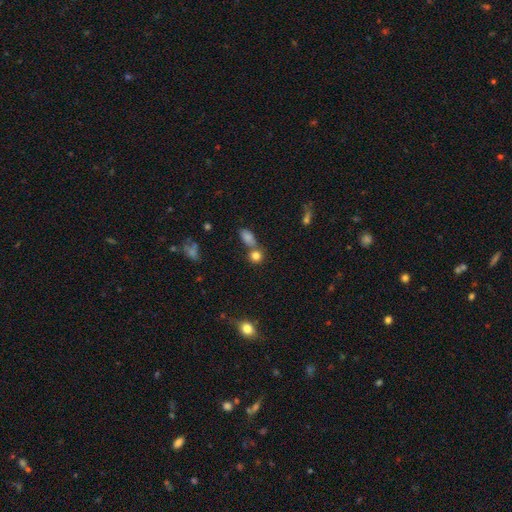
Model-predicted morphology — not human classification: type=smooth (80%); roundness=round (78%); merging=none (55%).